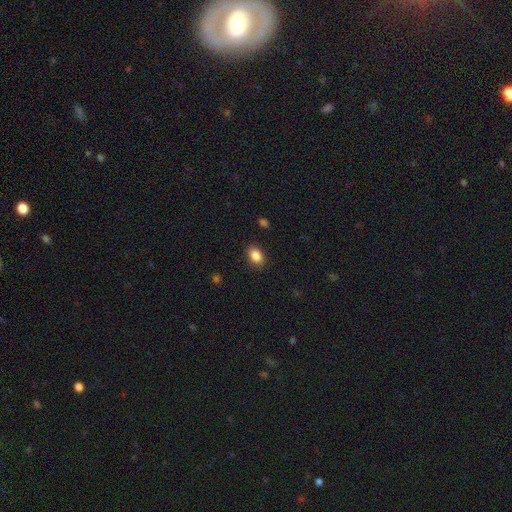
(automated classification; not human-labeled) smooth-or-featured: smooth: 87% | star or artifact: 9% | featured or disk: 5%
  how-rounded: in between: 80% | round: 19% | cigar-shaped: 1%
  merging: none: 88% | minor disturbance: 9% | major disturbance: 2% | merger: 1%